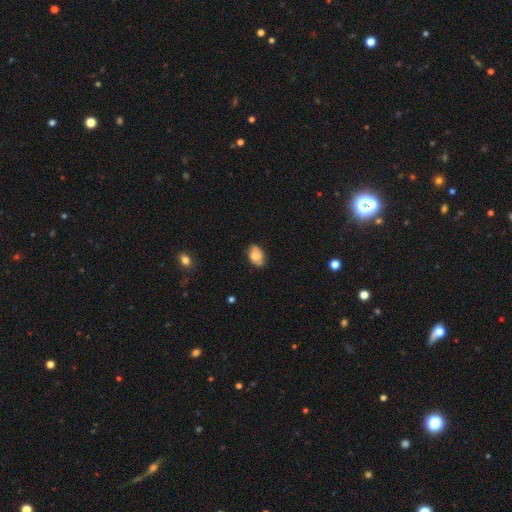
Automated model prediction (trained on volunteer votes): Smooth or featured?
  - smooth: 67% *
  - featured or disk: 25%
  - star or artifact: 8%
How rounded?
  - in between: 84% *
  - round: 15%
  - cigar-shaped: 2%
Merging?
  - none: 75% *
  - minor disturbance: 20%
  - major disturbance: 4%
  - merger: 1%